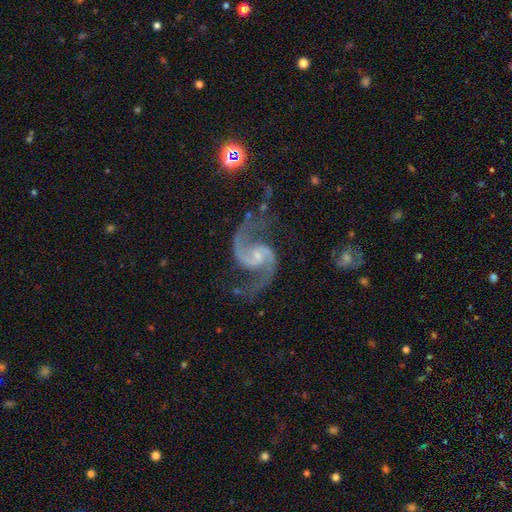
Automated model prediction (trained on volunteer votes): Overall: featured or disk (94%). Edge-on disk: no (98%). Bar: no (51%; weak 39%). Spiral arms: yes (98%). Spiral arm count: 2 (95%). Spiral winding: loose (47%; medium 46%). Bulge size: small (70%). Merging: none (70%).